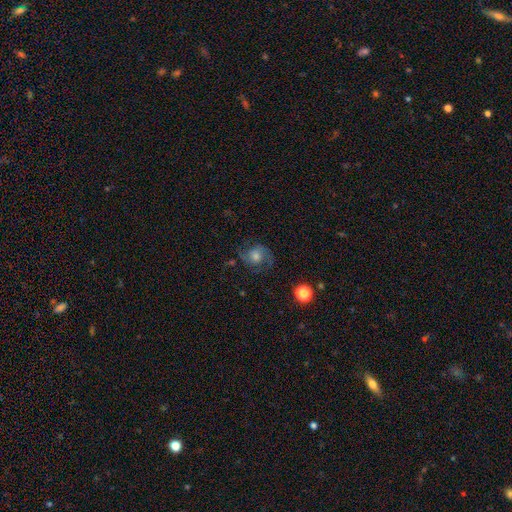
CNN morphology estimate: Smooth or featured? Predicted: featured or disk (p=0.67). Edge-on disk? Predicted: no (p=0.97). Bar? Predicted: no (p=0.66). Spiral arms? Predicted: yes (p=0.93). Spiral winding? Predicted: medium (p=0.52). Spiral arm count? Predicted: 2 (p=0.83). Bulge size? Predicted: moderate (p=0.55). Merging? Predicted: none (p=0.71).